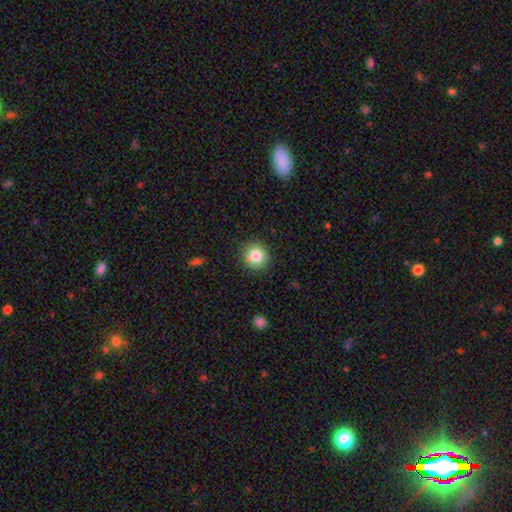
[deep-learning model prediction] Smooth or featured? Predicted: smooth (p=0.82). How rounded? Predicted: round (p=0.91). Merging? Predicted: none (p=0.90).